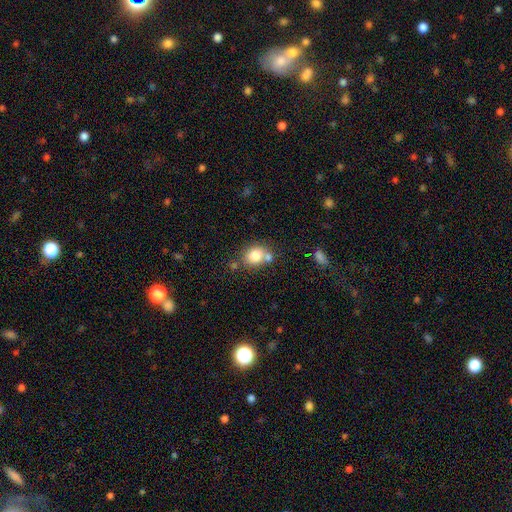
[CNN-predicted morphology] The model was most divided on "how rounded": round: 57%, in between: 42%, cigar-shaped: 1%. More confident: smooth or featured — smooth (79%); merging — none (52%).